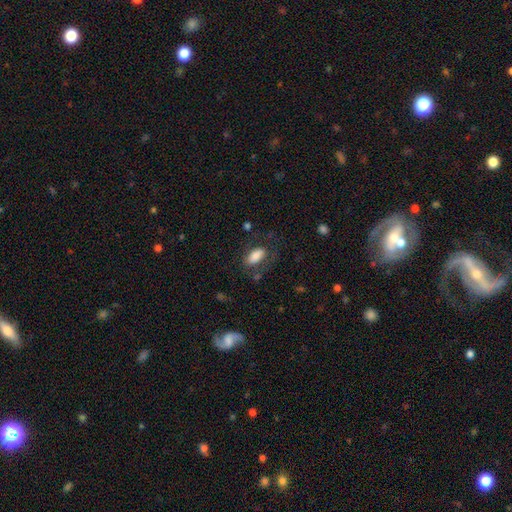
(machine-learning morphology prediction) Q: Smooth or featured?
A: smooth (78%); runner-up: featured or disk (15%)
Q: How rounded?
A: in between (92%); runner-up: cigar-shaped (5%)
Q: Merging?
A: none (63%); runner-up: minor disturbance (19%)